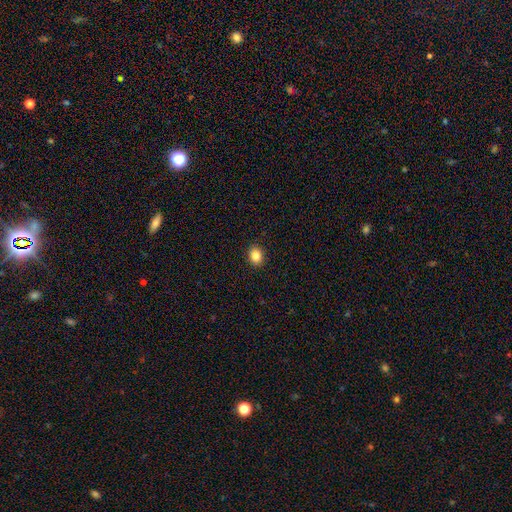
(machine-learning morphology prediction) A smooth galaxy with no disk features (85%) that is round (53%).

Vote fractions:
- Smooth or featured? smooth: 85% / star or artifact: 10% / featured or disk: 5%
- How rounded? round: 53% / in between: 46% / cigar-shaped: 1%
- Merging? none: 91% / minor disturbance: 6% / major disturbance: 2% / merger: 1%